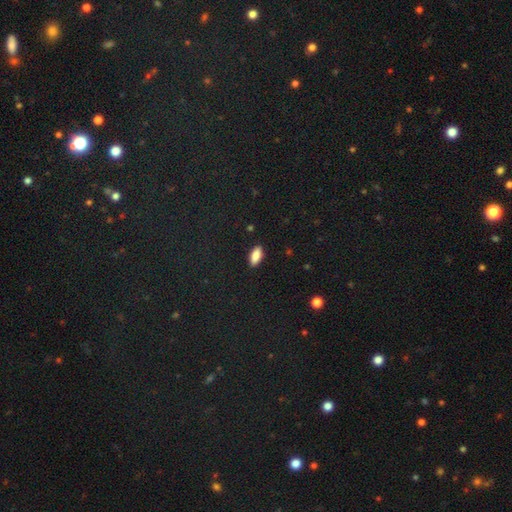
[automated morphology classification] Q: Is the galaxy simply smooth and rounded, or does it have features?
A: smooth — 86%.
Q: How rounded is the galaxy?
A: in between — 84%.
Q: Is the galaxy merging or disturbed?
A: none — 88%.